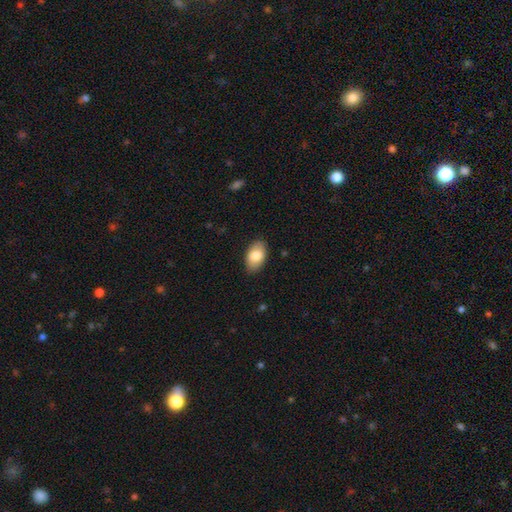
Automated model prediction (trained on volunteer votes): Smooth or featured? Predicted: smooth (p=0.81). How rounded? Predicted: in between (p=0.93). Merging? Predicted: none (p=0.87).